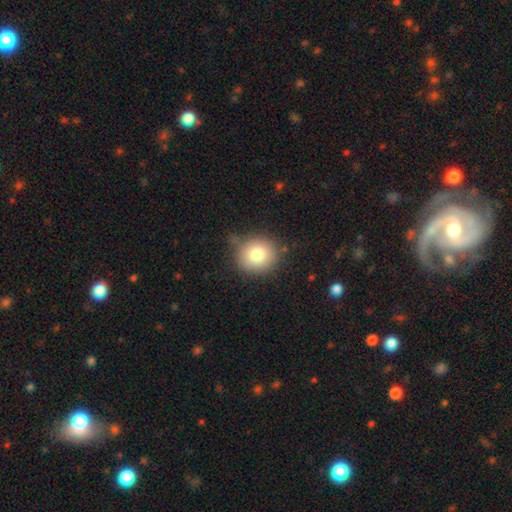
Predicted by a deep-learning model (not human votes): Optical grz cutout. It shows a smooth galaxy with no disk features (80%) that is round (88%). Merging: none (85%).